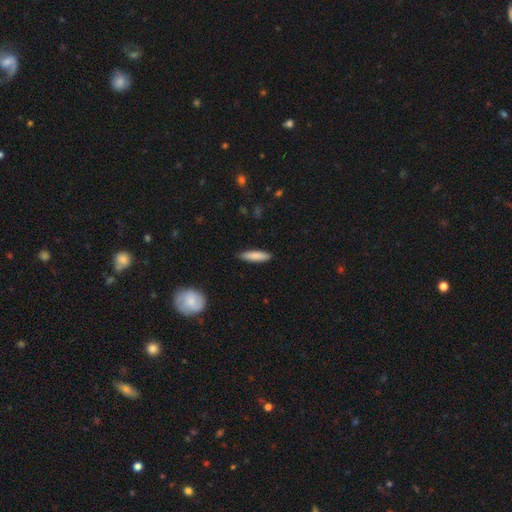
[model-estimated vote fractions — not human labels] Smooth or featured? smooth (83%)
How rounded? cigar-shaped (71%)
Merging? none (87%)